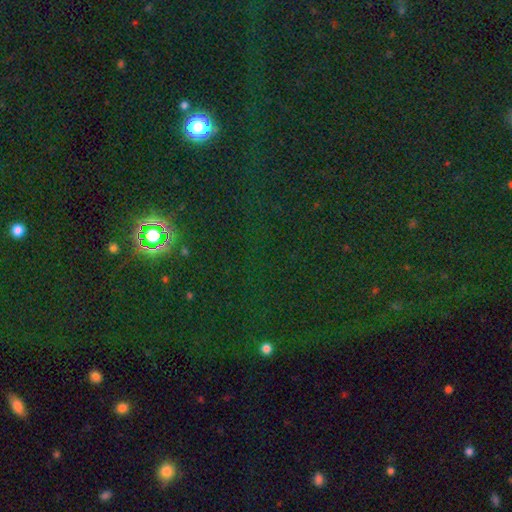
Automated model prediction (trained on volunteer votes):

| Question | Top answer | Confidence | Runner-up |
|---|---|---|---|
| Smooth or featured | star or artifact | 81% | smooth (12%) |